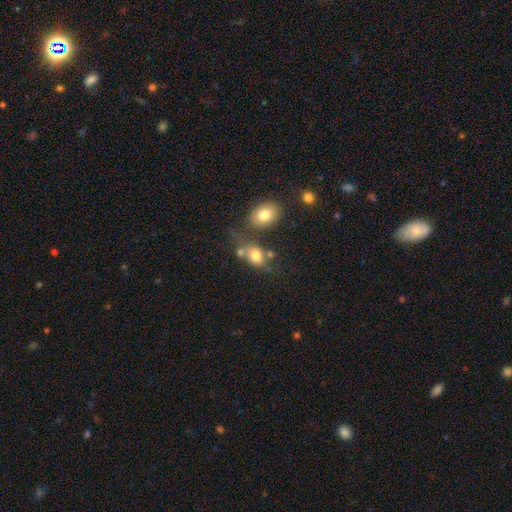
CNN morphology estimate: A smooth galaxy with no disk features (76%) that is in between round and cigar-shaped (70%). Merging: none (50%).